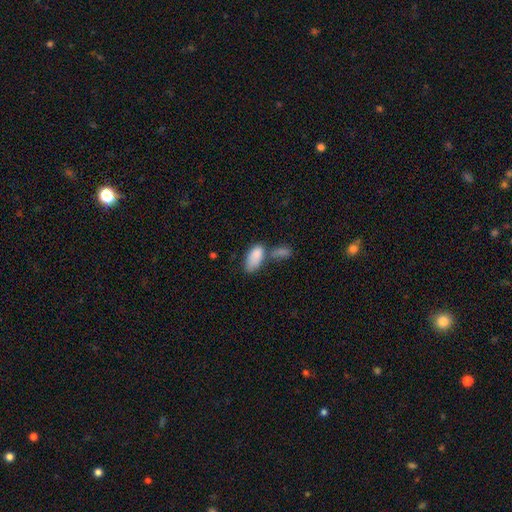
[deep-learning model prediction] Smooth or featured? Predicted: smooth (p=0.85). How rounded? Predicted: in between (p=0.93). Merging? Predicted: merger (p=0.44).